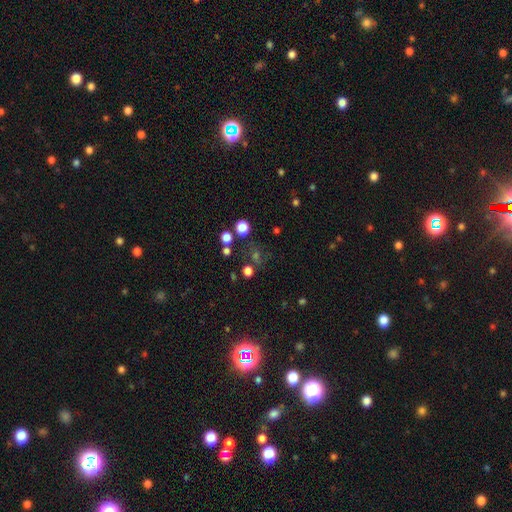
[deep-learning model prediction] A star or artifact, not a galaxy (57%).

Vote fractions:
- Smooth or featured? star or artifact: 57% / smooth: 33% / featured or disk: 10%